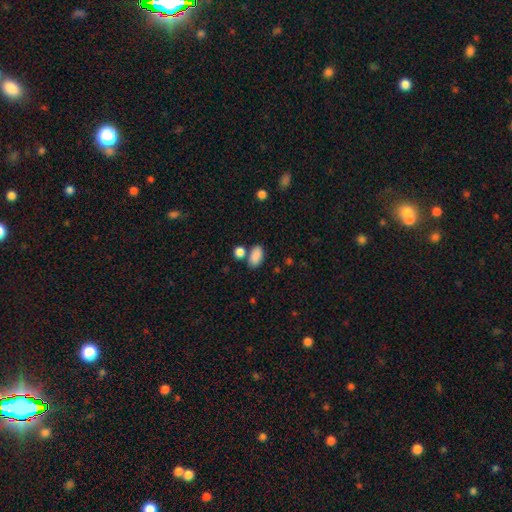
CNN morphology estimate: A smooth galaxy with no disk features (88%) that is in between round and cigar-shaped (91%). Merging: none (66%).